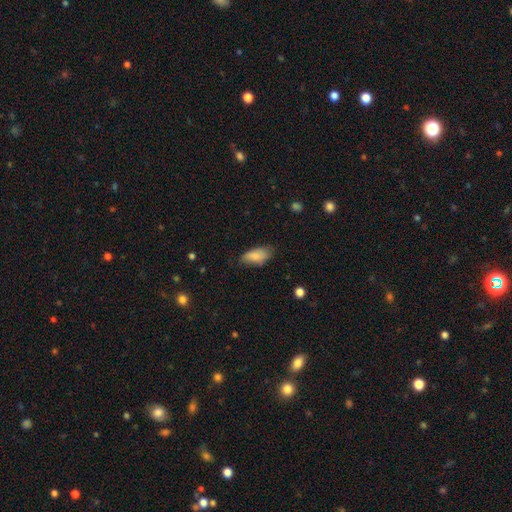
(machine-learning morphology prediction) Overall: smooth (85%). How rounded: in between (88%). Merging: none (70%).